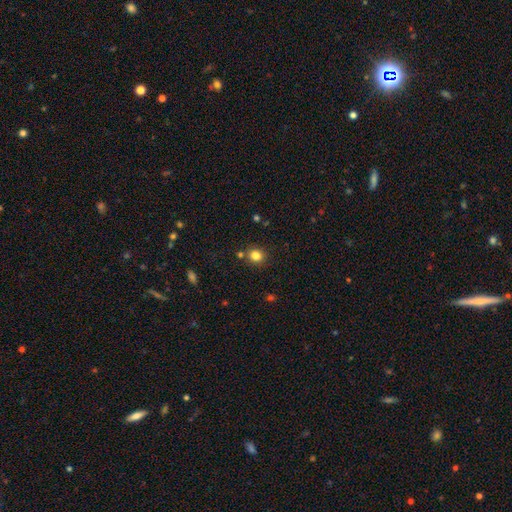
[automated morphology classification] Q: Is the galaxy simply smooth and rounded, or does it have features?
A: smooth — 82%.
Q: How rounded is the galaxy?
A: round — 82%.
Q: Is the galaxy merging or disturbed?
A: none — 80%.